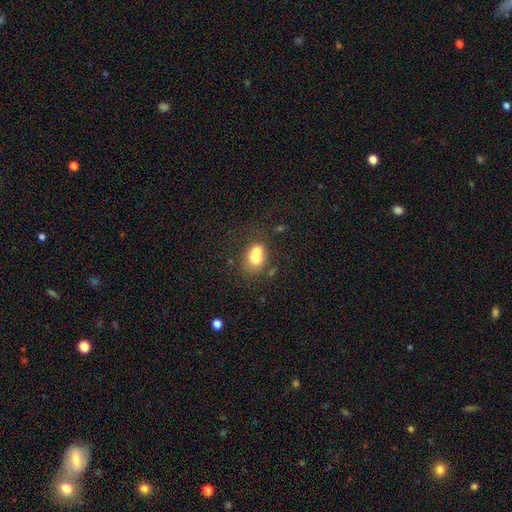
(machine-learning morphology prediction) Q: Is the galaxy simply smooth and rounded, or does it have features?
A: smooth — 67%.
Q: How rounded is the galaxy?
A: round — 50%.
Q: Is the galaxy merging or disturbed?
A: merger — 58%.